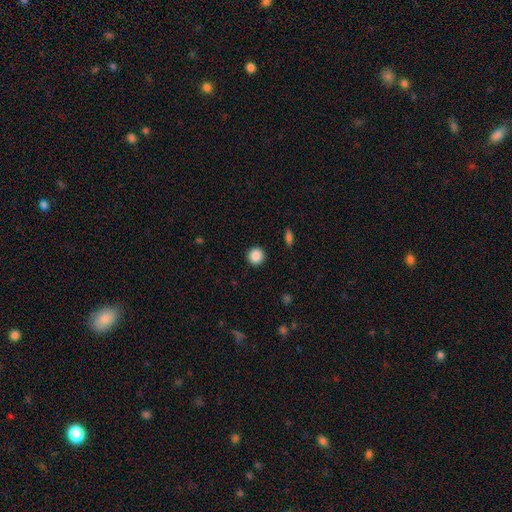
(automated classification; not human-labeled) Smooth or featured: smooth — 88% (star or artifact — 9%)
How rounded: round — 94% (in between — 5%)
Merging: none — 93% (minor disturbance — 5%)